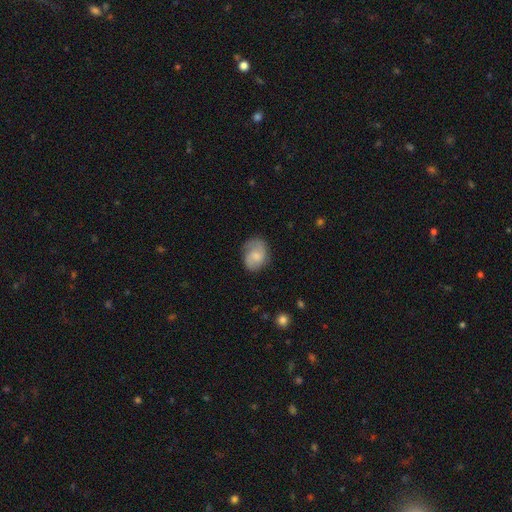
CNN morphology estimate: A smooth galaxy with no disk features (50%) that is in between round and cigar-shaped (60%). Merging: none (64%).